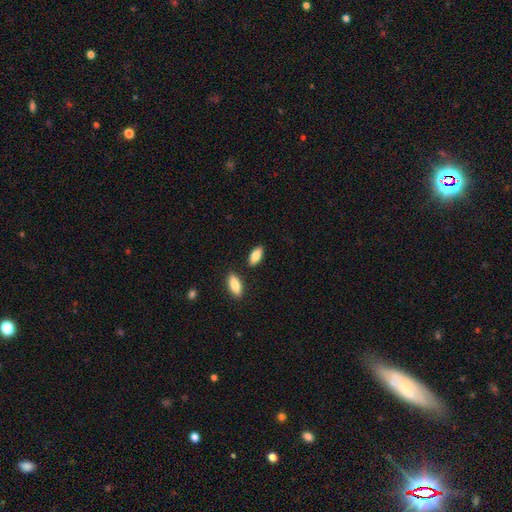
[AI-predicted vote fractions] Q: Smooth or featured?
A: smooth (81%); runner-up: featured or disk (13%)
Q: How rounded?
A: in between (87%); runner-up: cigar-shaped (10%)
Q: Merging?
A: none (83%); runner-up: minor disturbance (9%)